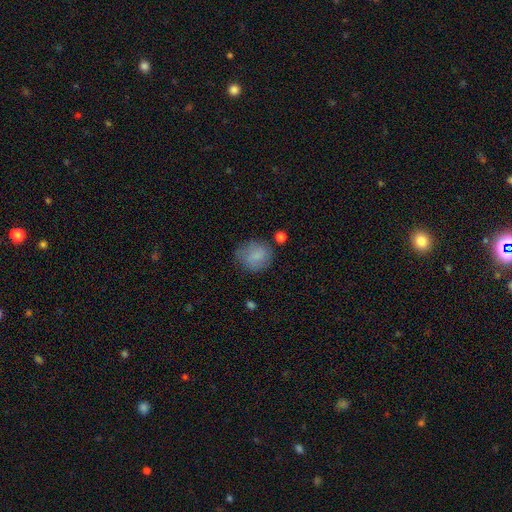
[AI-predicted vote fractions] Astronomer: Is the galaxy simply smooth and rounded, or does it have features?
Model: smooth — 79%.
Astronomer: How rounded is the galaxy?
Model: round — 69%.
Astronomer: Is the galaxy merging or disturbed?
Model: none — 66%.